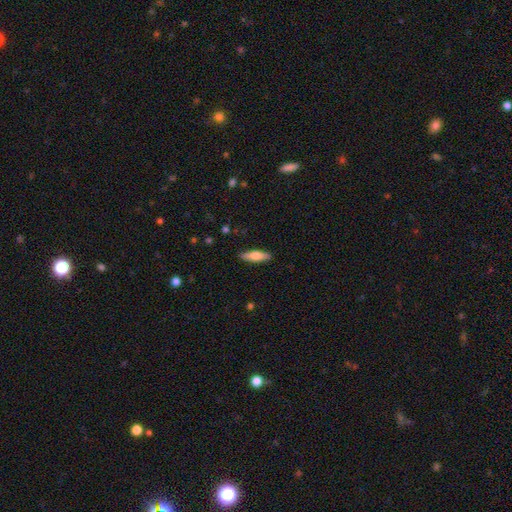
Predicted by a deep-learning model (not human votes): This appears to be a smooth galaxy with no disk features (70%) that is cigar-shaped (61%). Merging: none (89%).